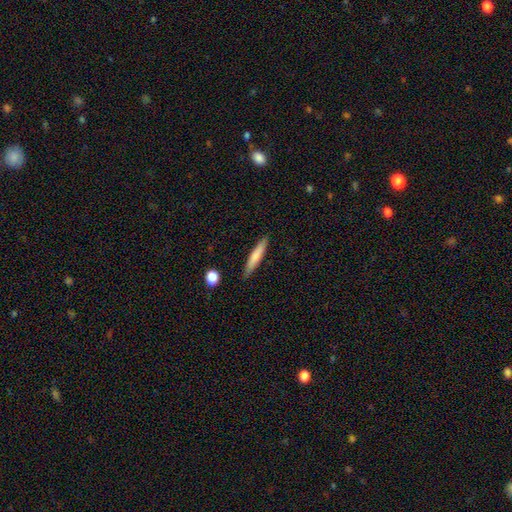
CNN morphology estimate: The model was most divided on "smooth or featured": smooth: 74%, featured or disk: 20%, star or artifact: 6%. More confident: how rounded — cigar-shaped (92%); merging — none (87%).